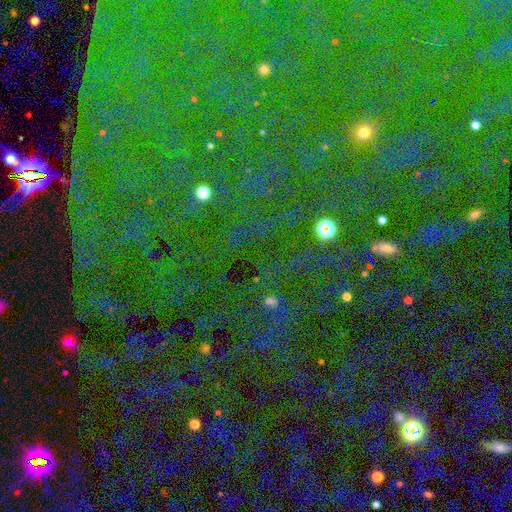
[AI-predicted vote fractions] This appears to be a star or artifact, not a galaxy (78%).